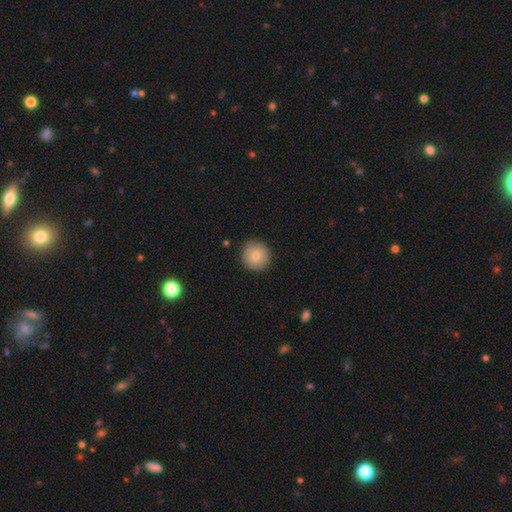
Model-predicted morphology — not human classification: This appears to be a smooth galaxy with no disk features (80%) that is round (94%). Merging: none (90%).